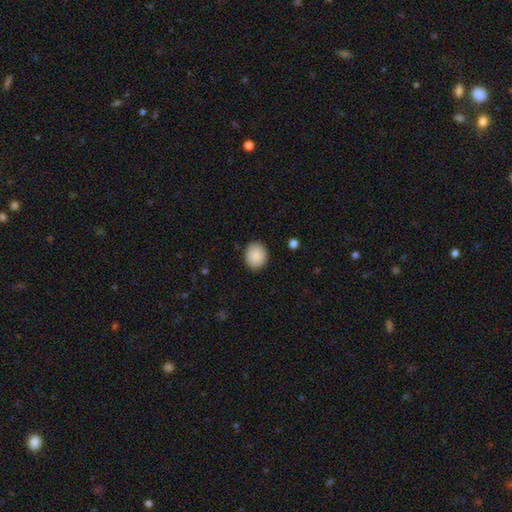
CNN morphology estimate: type=smooth (90%); roundness=round (65%); merging=none (89%).